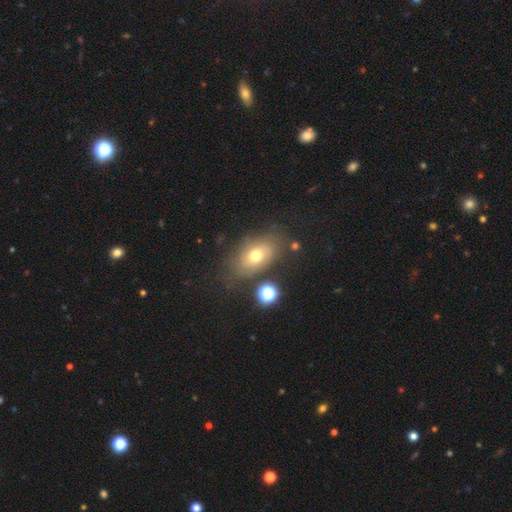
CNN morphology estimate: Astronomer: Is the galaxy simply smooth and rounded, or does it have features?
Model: smooth — 49% (runner-up: featured or disk, 37%).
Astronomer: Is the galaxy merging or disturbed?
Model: none — 67%.